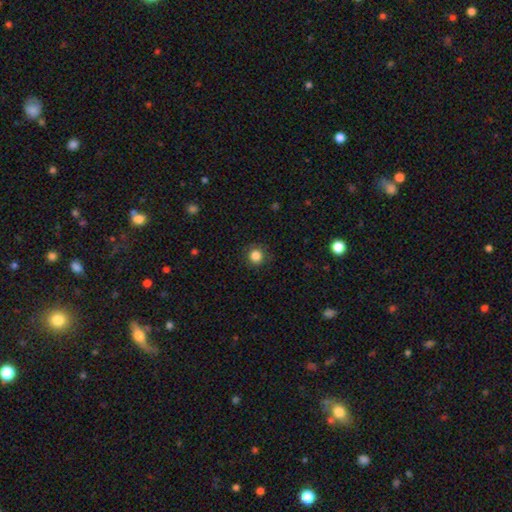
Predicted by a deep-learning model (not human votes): This is clearly a smooth galaxy (85%). How rounded: clearly round (93%). Merging: clearly none (89%).